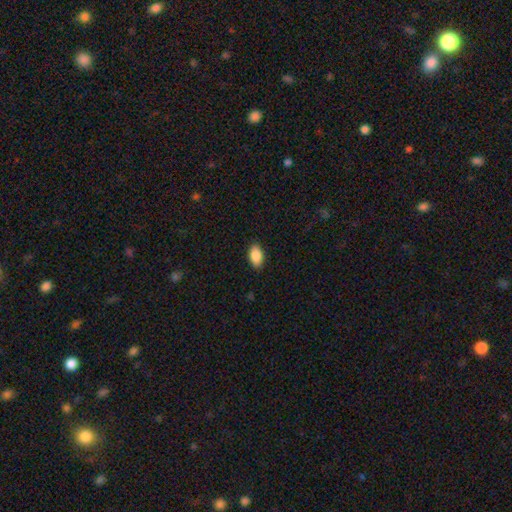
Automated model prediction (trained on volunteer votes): smooth_or_featured: smooth (p=0.88) [alt: star or artifact p=0.07]
how_rounded: in between (p=0.92) [alt: round p=0.05]
merging: none (p=0.88) [alt: minor disturbance p=0.09]